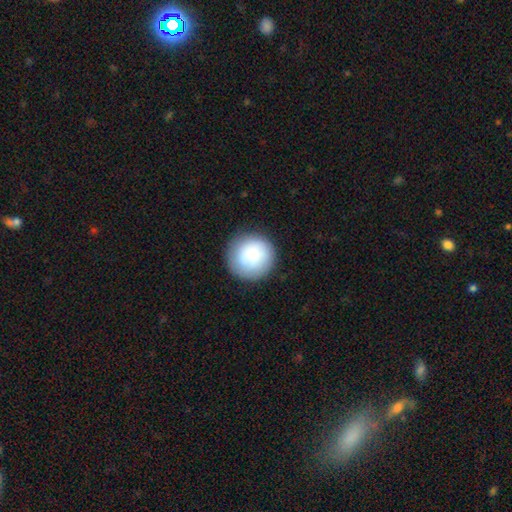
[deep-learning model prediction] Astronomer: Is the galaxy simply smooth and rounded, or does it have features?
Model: smooth — 80%.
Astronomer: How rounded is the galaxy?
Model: round — 95%.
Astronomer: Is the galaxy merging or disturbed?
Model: none — 85%.